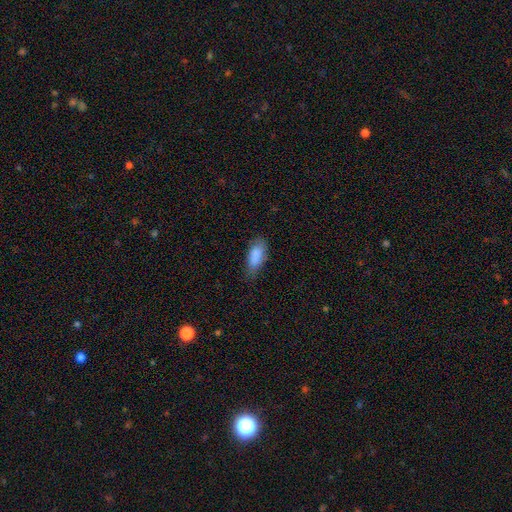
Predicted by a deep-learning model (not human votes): smooth_or_featured: smooth (p=0.86) [alt: featured or disk p=0.08]
how_rounded: in between (p=0.83) [alt: cigar-shaped p=0.15]
merging: none (p=0.62) [alt: minor disturbance p=0.30]